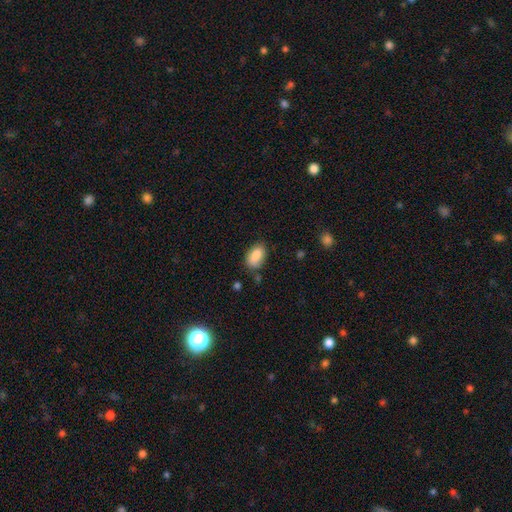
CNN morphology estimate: smooth 86%, star or artifact 7%, featured or disk 6%. Down the decision tree: how rounded — in between (91%); merging — none (72%).